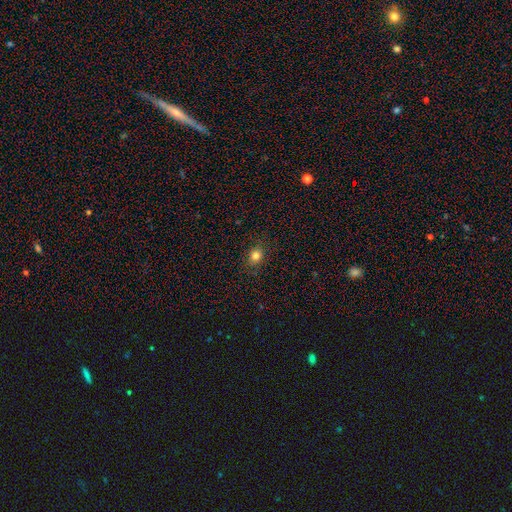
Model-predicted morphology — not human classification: Overall: smooth (81%). How rounded: round (71%). Merging: none (87%).